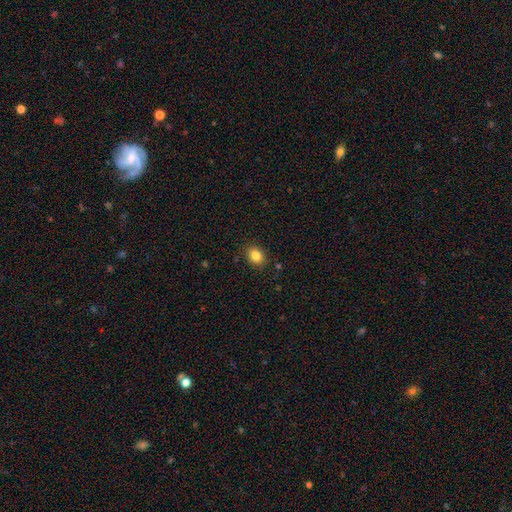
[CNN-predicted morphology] Smooth or featured? Predicted: smooth (p=0.84). How rounded? Predicted: in between (p=0.60). Merging? Predicted: none (p=0.87).